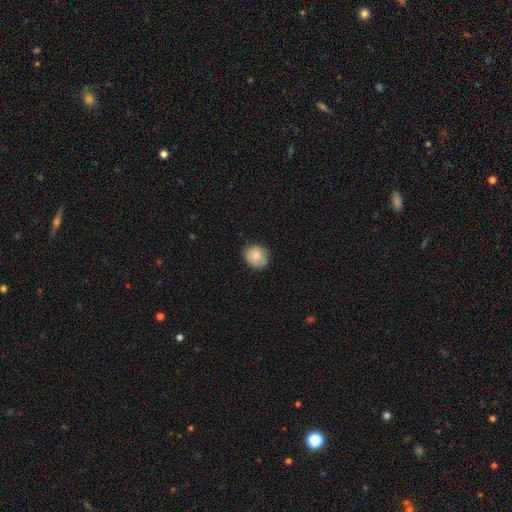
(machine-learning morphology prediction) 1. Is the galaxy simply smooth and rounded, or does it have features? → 82% smooth, 10% featured or disk, 8% star or artifact.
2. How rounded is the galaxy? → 82% round, 18% in between, 1% cigar-shaped.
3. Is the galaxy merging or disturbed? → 82% none, 15% minor disturbance, 2% major disturbance, 1% merger.